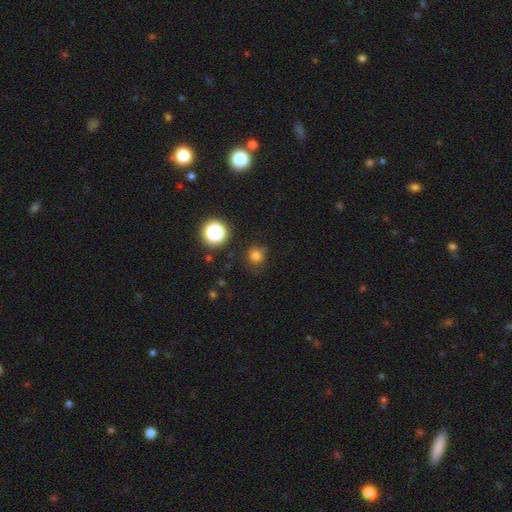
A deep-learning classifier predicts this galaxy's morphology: type=smooth (76%); roundness=round (91%); merging=none (80%).